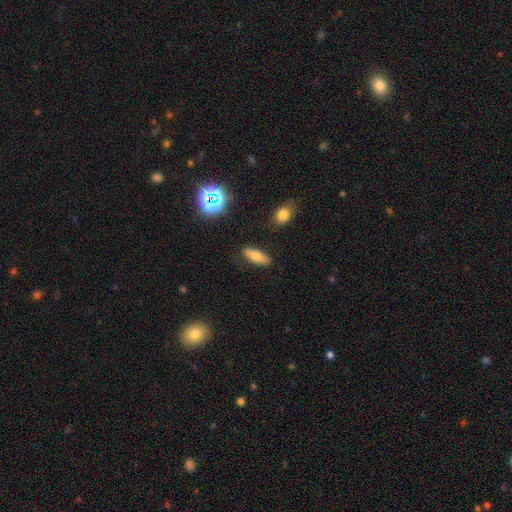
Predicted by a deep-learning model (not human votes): A smooth galaxy with no disk features (72%) that is in between round and cigar-shaped (67%). Merging: none (84%).